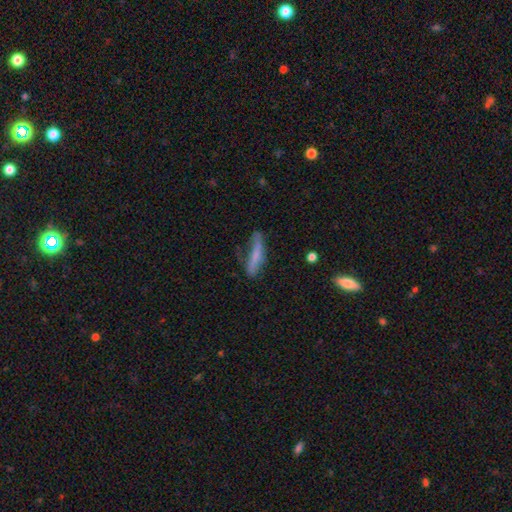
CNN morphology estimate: smooth_or_featured: smooth (p=0.64) [alt: featured or disk p=0.27]
how_rounded: cigar-shaped (p=0.84) [alt: in between p=0.14]
merging: none (p=0.51) [alt: minor disturbance p=0.30]